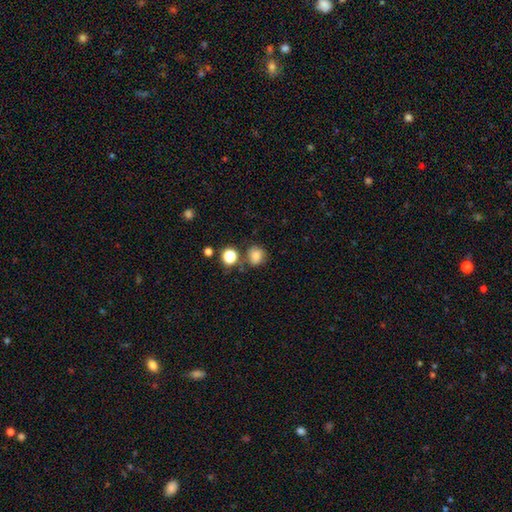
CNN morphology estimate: This appears to be a smooth galaxy with no disk features (78%) that is round (77%). Merging: none (70%).